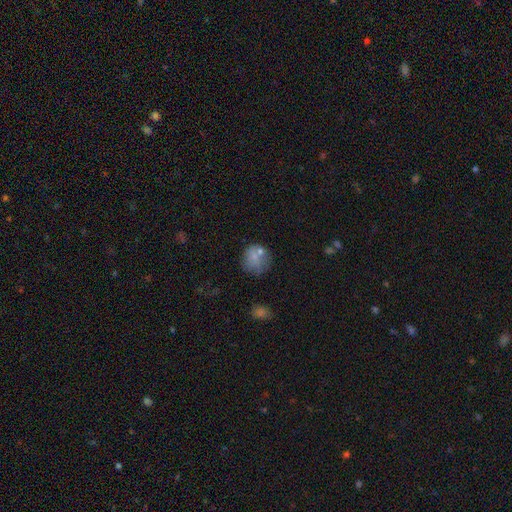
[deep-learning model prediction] smooth-or-featured: smooth: 73% | featured or disk: 16% | star or artifact: 11%
  how-rounded: round: 81% | in between: 18% | cigar-shaped: 1%
  merging: none: 57% | minor disturbance: 21% | merger: 12% | major disturbance: 10%